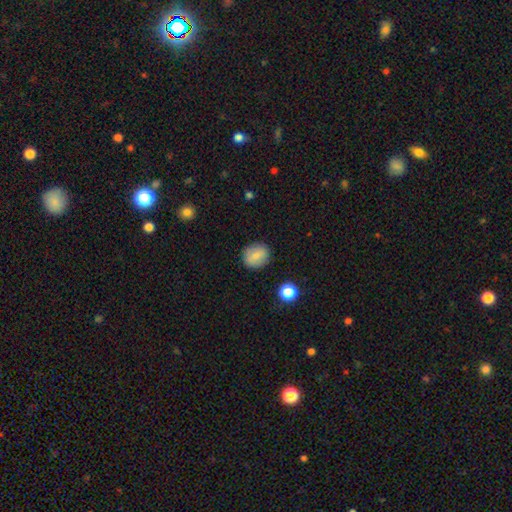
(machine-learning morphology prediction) smooth_or_featured: smooth (p=0.75) [alt: featured or disk p=0.16]
how_rounded: round (p=0.74) [alt: in between p=0.24]
merging: none (p=0.86) [alt: minor disturbance p=0.10]